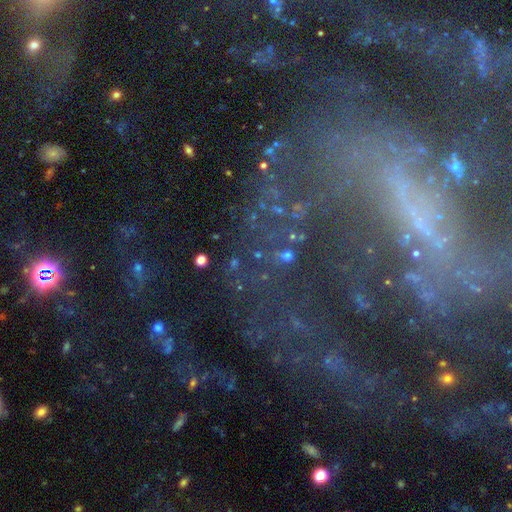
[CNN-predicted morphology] featured or disk 74%, star or artifact 18%, smooth 8%. Down the decision tree: edge-on disk — no (95%); bar — strong (47%); spiral arms — yes (86%); spiral arm count — 2 (53%); spiral winding — medium (40%); bulge size — small (45%); merging — none (59%).